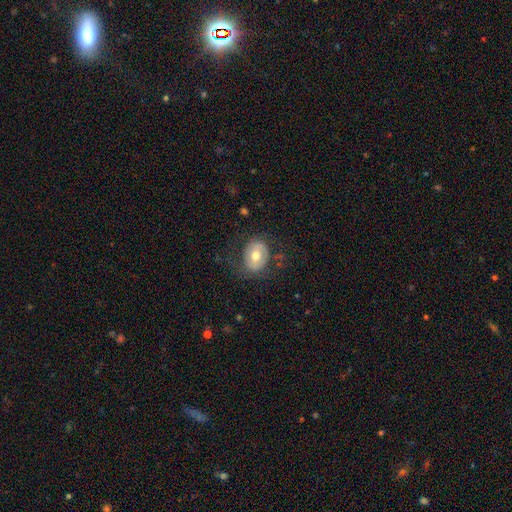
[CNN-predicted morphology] A smooth galaxy with no disk features (56%) that is in between round and cigar-shaped (50%). Merging: none (68%).